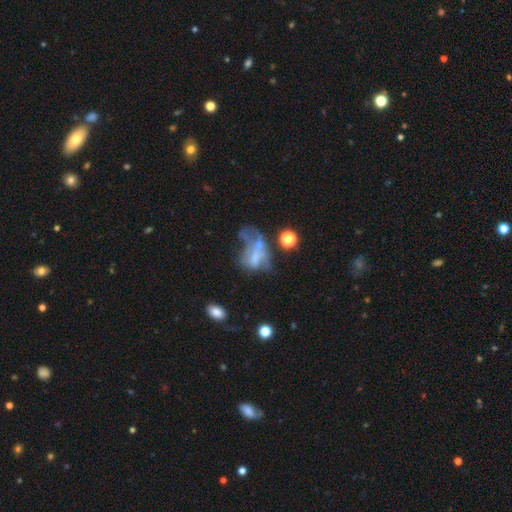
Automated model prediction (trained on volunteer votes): The model was most divided on "merging": major disturbance: 41%, merger: 26%, none: 18%, minor disturbance: 15%. Remaining: smooth or featured — featured or disk (48%).